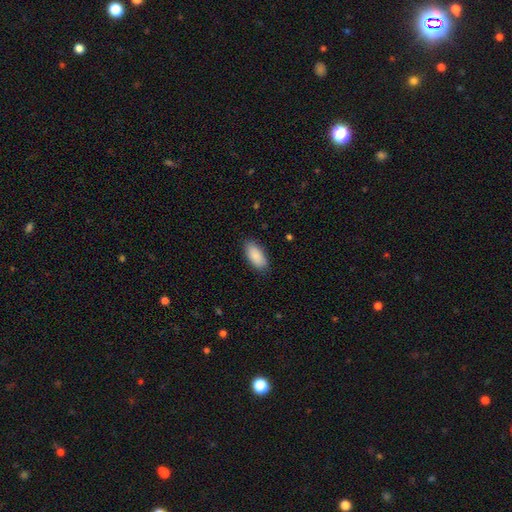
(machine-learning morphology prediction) Q: Smooth or featured?
A: smooth (89%); runner-up: star or artifact (6%)
Q: How rounded?
A: in between (90%); runner-up: cigar-shaped (8%)
Q: Merging?
A: none (86%); runner-up: minor disturbance (11%)